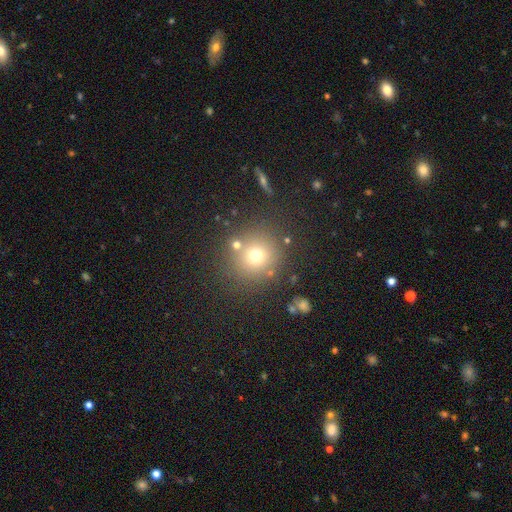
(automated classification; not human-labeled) Smooth or featured?
  - smooth: 70% *
  - star or artifact: 19%
  - featured or disk: 12%
How rounded?
  - round: 91% *
  - in between: 8%
  - cigar-shaped: 1%
Merging?
  - none: 79% *
  - minor disturbance: 9%
  - merger: 8%
  - major disturbance: 4%